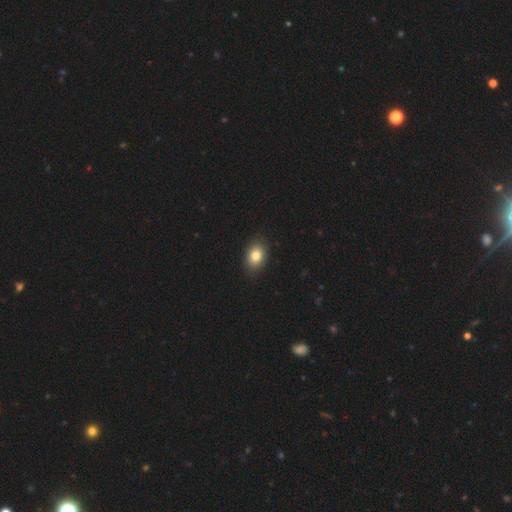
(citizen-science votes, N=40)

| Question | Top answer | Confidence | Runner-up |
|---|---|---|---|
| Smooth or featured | smooth | 82% | star or artifact (12%) |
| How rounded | in between | 73% | round (27%) |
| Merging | none | 89% | minor disturbance (11%) |